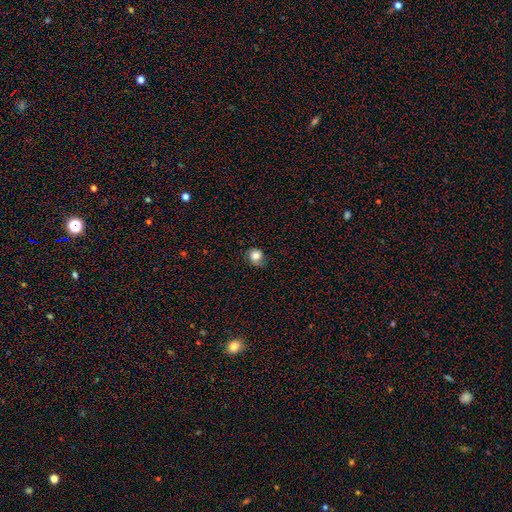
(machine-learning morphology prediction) smooth 82%, star or artifact 10%, featured or disk 8%. Down the decision tree: how rounded — round (78%); merging — none (71%).